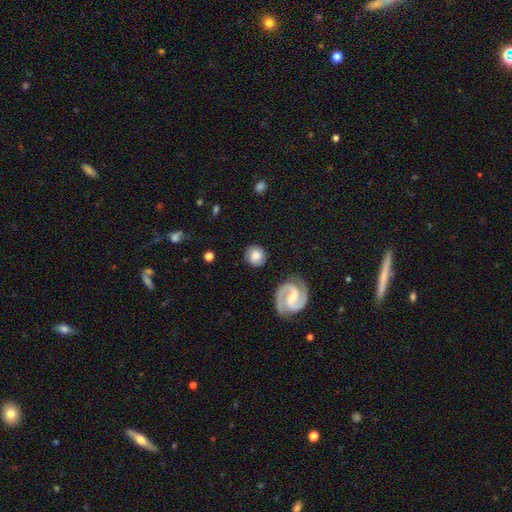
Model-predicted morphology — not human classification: Smooth or featured? smooth (56%)
How rounded? round (87%)
Merging? none (83%)